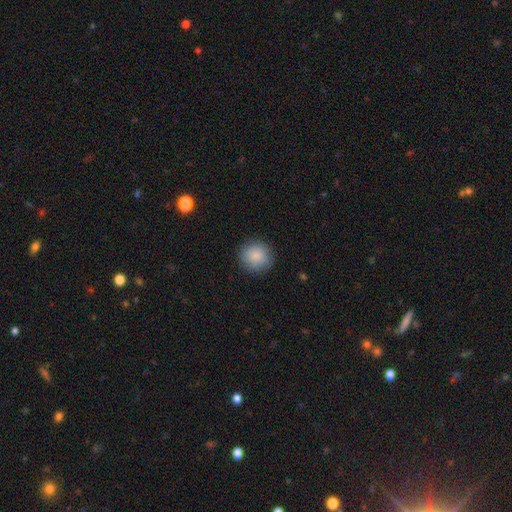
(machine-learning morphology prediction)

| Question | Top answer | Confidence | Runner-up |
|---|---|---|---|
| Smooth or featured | smooth | 88% | star or artifact (8%) |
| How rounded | round | 89% | in between (10%) |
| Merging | none | 88% | minor disturbance (8%) |